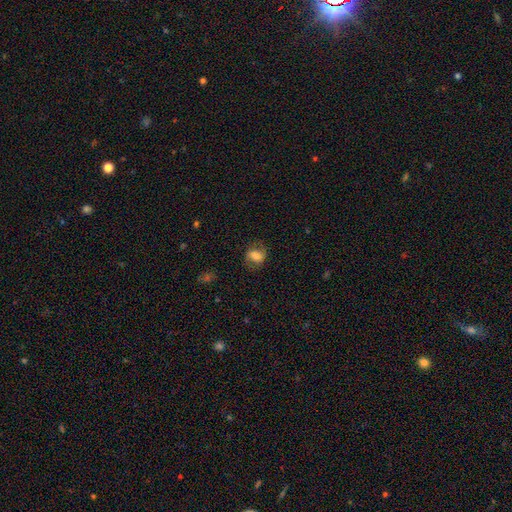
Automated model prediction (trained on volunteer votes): A smooth galaxy with no disk features (59%) that is in between round and cigar-shaped (58%). Merging: none (71%).